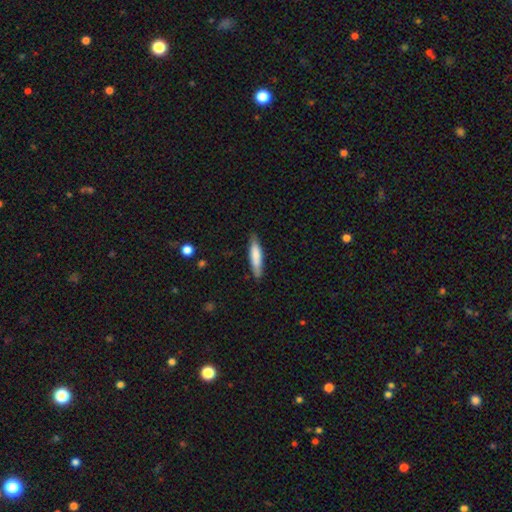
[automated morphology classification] The model was most divided on "smooth or featured": smooth: 75%, featured or disk: 20%, star or artifact: 5%. More confident: merging — none (83%); how rounded — cigar-shaped (80%).